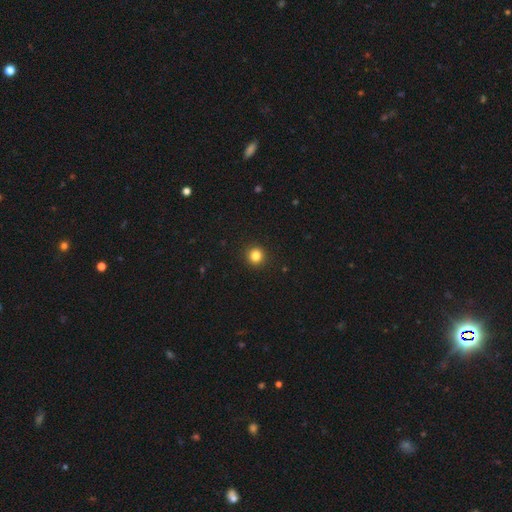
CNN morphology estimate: A smooth galaxy with no disk features (83%) that is round (94%).

Vote fractions:
- Smooth or featured? smooth: 83% / star or artifact: 12% / featured or disk: 5%
- How rounded? round: 94% / in between: 5% / cigar-shaped: 1%
- Merging? none: 93% / minor disturbance: 4% / major disturbance: 2% / merger: 1%